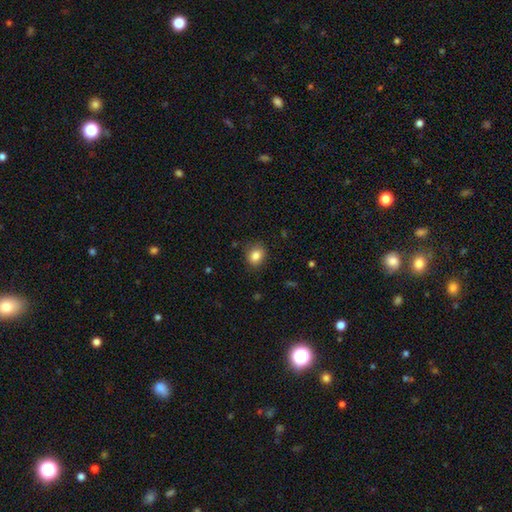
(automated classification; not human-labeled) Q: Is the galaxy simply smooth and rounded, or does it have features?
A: smooth — 84%.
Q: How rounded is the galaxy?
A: round — 59%.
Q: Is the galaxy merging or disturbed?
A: none — 80%.